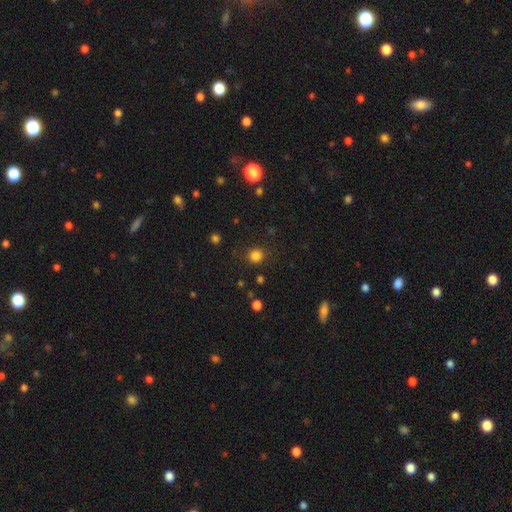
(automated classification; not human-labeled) Smooth or featured?
  - smooth: 82% *
  - star or artifact: 14%
  - featured or disk: 4%
How rounded?
  - round: 90% *
  - in between: 9%
  - cigar-shaped: 1%
Merging?
  - none: 87% *
  - minor disturbance: 8%
  - major disturbance: 3%
  - merger: 2%